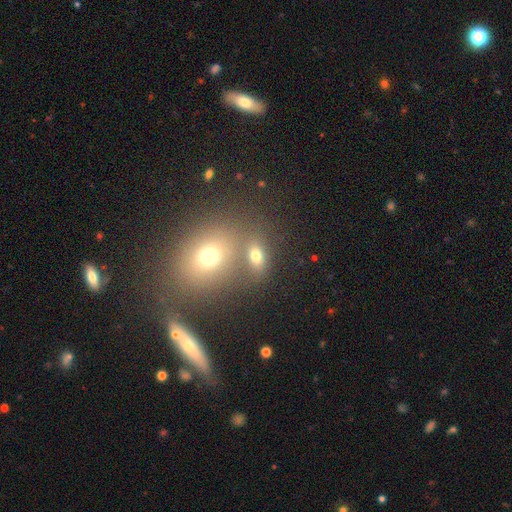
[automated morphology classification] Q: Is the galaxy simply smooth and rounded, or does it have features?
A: smooth — 71%.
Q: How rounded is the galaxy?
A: in between — 64%.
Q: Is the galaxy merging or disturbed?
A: none — 53%.